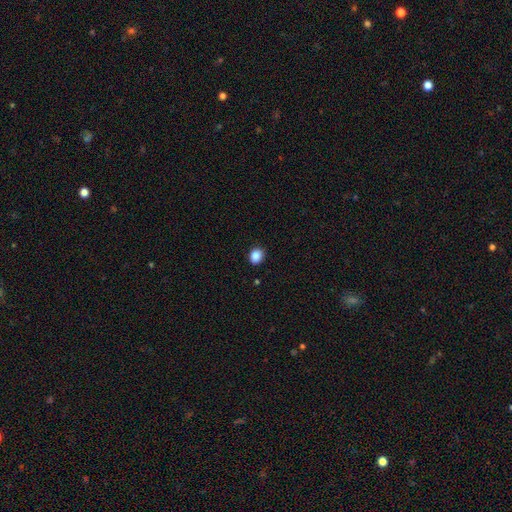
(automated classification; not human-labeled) smooth_or_featured: smooth (p=0.88) [alt: star or artifact p=0.09]
how_rounded: round (p=0.56) [alt: in between p=0.43]
merging: none (p=0.88) [alt: minor disturbance p=0.09]